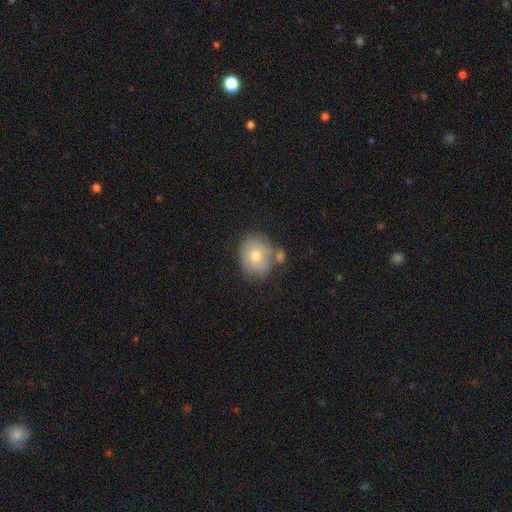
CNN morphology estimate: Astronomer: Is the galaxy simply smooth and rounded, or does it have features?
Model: smooth — 71%.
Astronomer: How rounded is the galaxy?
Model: round — 68%.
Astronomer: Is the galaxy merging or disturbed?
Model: none — 58%.